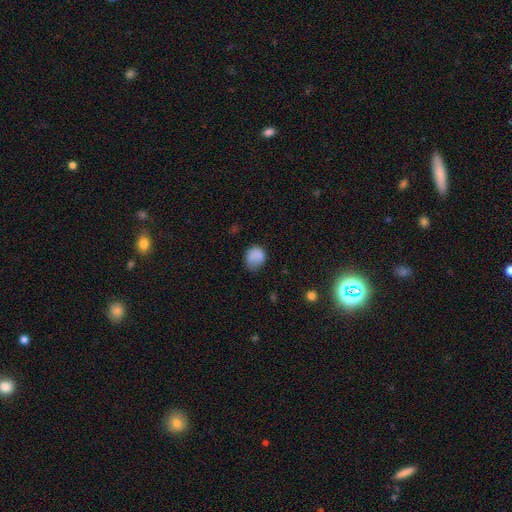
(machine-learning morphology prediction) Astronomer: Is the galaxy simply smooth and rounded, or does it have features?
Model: smooth — 82%.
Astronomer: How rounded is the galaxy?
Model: round — 60% (runner-up: in between, 39%).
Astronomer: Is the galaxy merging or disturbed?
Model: none — 56%.